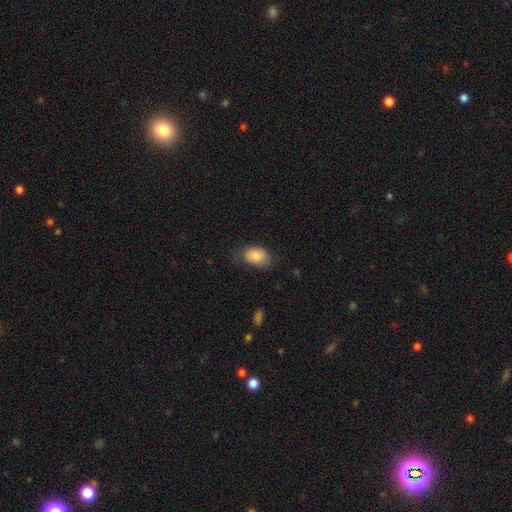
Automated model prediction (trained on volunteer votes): Morphology: type=smooth (83%); roundness=in between (83%); merging=none (64%).